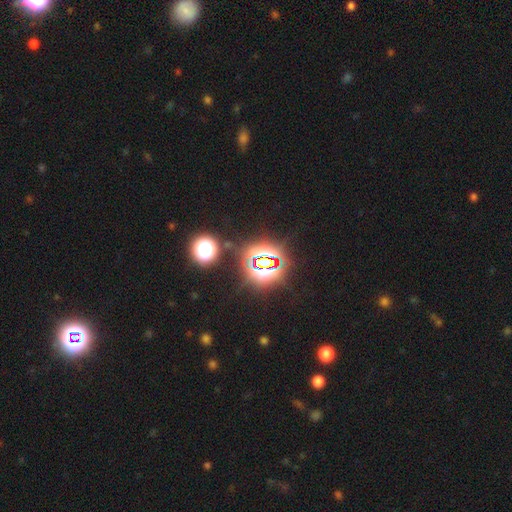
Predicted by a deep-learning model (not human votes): Morphology: type=star or artifact (77%).